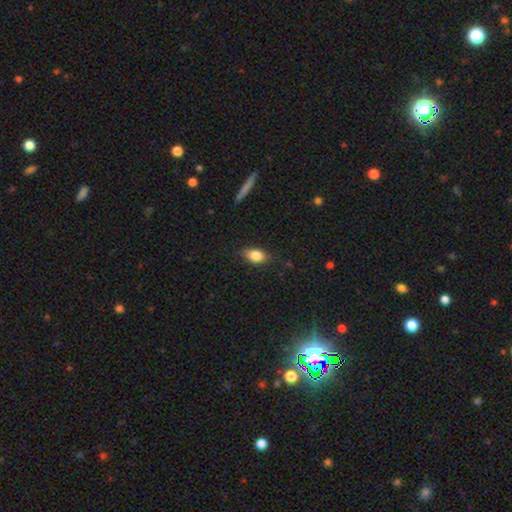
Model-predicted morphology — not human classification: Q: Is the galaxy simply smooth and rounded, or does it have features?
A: smooth — 81%.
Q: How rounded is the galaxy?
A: in between — 82%.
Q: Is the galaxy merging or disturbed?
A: none — 79%.